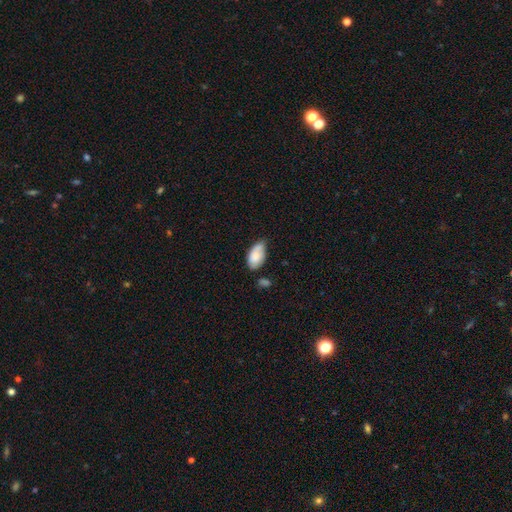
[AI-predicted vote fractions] Q: Smooth or featured?
A: smooth (77%); runner-up: featured or disk (16%)
Q: How rounded?
A: in between (94%); runner-up: round (4%)
Q: Merging?
A: none (50%); runner-up: minor disturbance (36%)